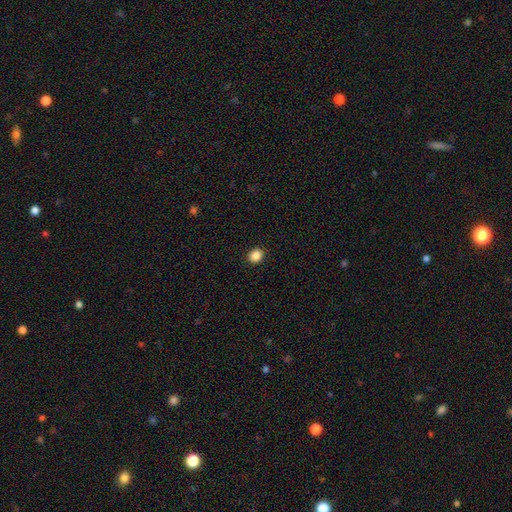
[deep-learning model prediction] Overall: smooth (87%). How rounded: round (60%; in between 39%). Merging: none (91%).